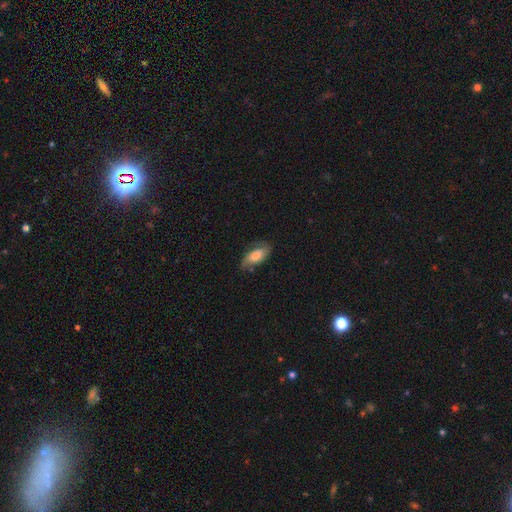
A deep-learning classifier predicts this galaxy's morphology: A smooth galaxy with no disk features (56%) that is in between round and cigar-shaped (86%). Merging: none (65%).